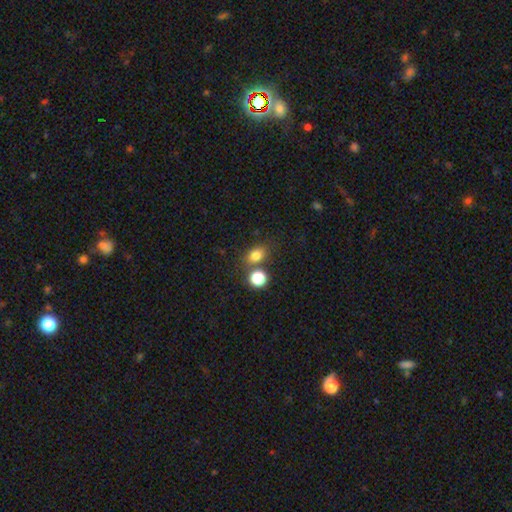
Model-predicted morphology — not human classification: smooth_or_featured: smooth (p=0.79) [alt: star or artifact p=0.14]
how_rounded: in between (p=0.49) [tied with: round p=0.49]
merging: none (p=0.67) [alt: merger p=0.19]